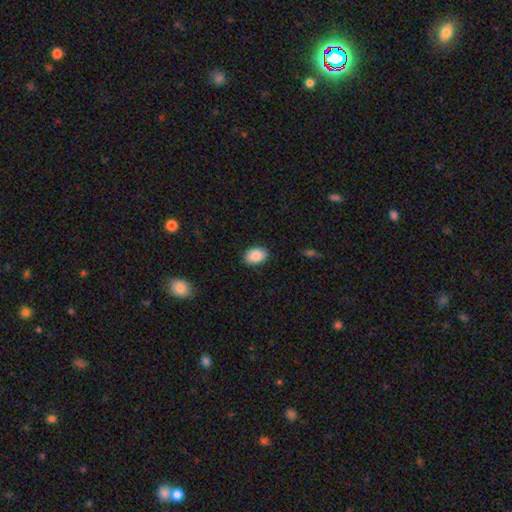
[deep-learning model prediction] Smooth or featured?
  - smooth: 90% *
  - star or artifact: 7%
  - featured or disk: 4%
How rounded?
  - in between: 88% *
  - round: 11%
  - cigar-shaped: 1%
Merging?
  - none: 87% *
  - minor disturbance: 10%
  - major disturbance: 2%
  - merger: 1%